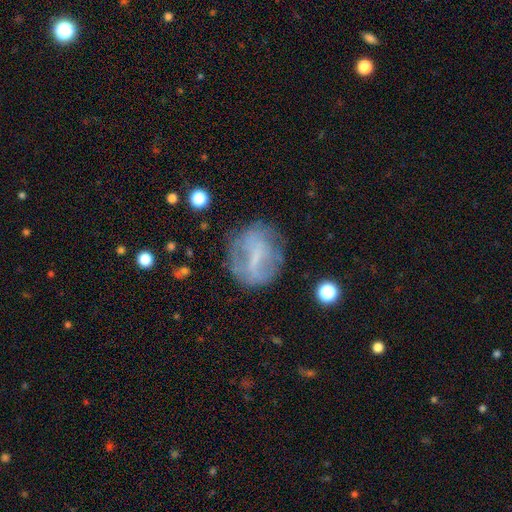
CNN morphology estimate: Smooth or featured? Predicted: featured or disk (p=0.49). Merging? Predicted: none (p=0.65).